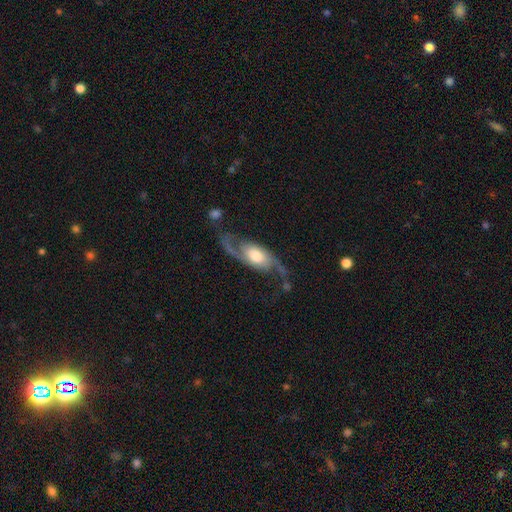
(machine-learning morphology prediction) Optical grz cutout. It shows a featured or disk galaxy (85%) with no bar (62%), 2 (92%) loose (65%) spiral arms (96%) and a moderate central bulge (47%). Merging: none (63%).